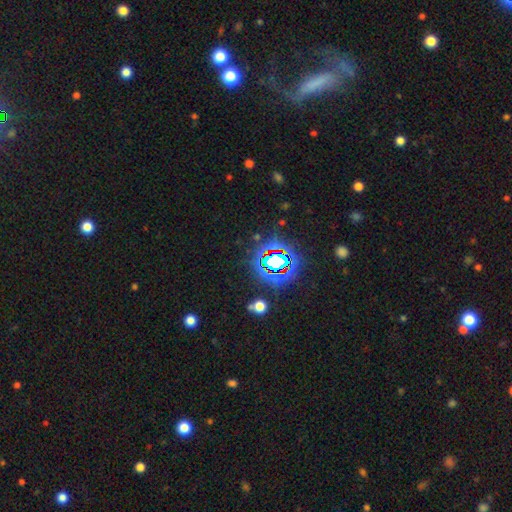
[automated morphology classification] type=star or artifact (76%).